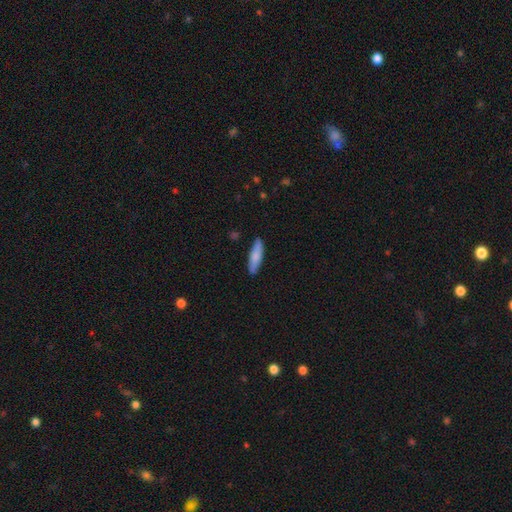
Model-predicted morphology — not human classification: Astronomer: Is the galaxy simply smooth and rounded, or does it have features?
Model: smooth — 79%.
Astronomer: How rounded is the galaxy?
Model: cigar-shaped — 71%.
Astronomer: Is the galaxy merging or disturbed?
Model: none — 87%.